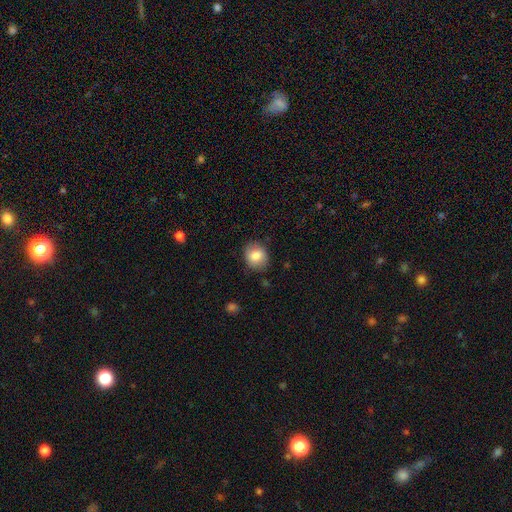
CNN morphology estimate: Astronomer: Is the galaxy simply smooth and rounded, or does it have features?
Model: smooth — 81%.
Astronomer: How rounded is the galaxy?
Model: round — 72%.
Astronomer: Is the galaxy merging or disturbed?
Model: none — 83%.